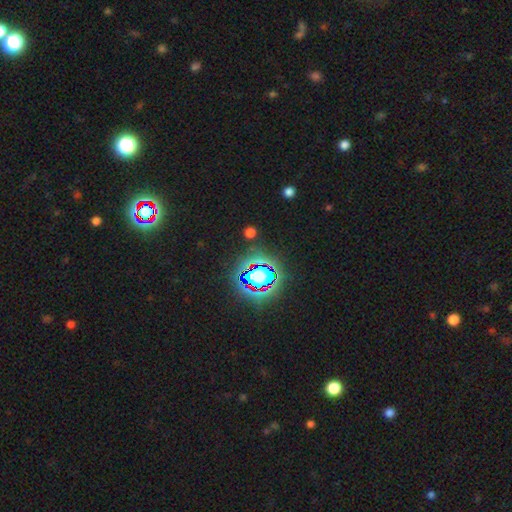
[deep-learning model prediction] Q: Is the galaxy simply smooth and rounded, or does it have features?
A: star or artifact — 82%.